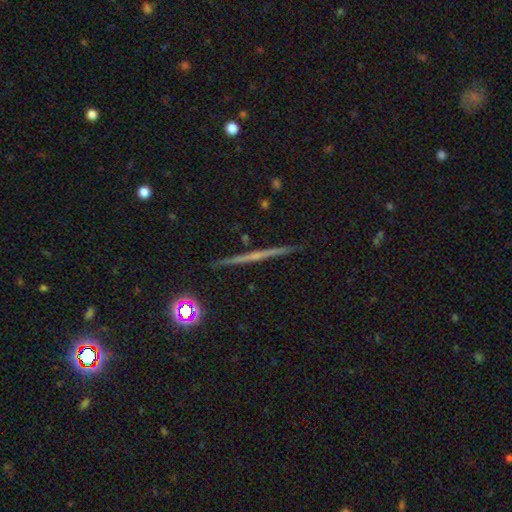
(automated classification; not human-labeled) The model was most divided on "smooth or featured": featured or disk: 66%, smooth: 23%, star or artifact: 11%. More confident: edge-on disk — yes (98%); merging — none (93%); edge-on bulge — none (72%).